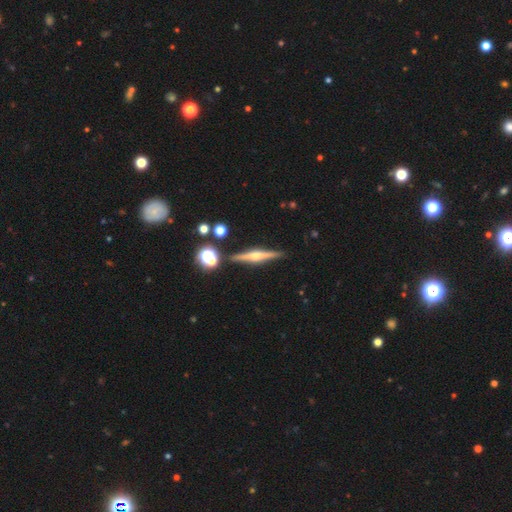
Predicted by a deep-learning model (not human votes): featured or disk 72%, smooth 19%, star or artifact 8%. Down the decision tree: edge-on disk — yes (98%); edge-on bulge — rounded (86%); merging — none (89%).